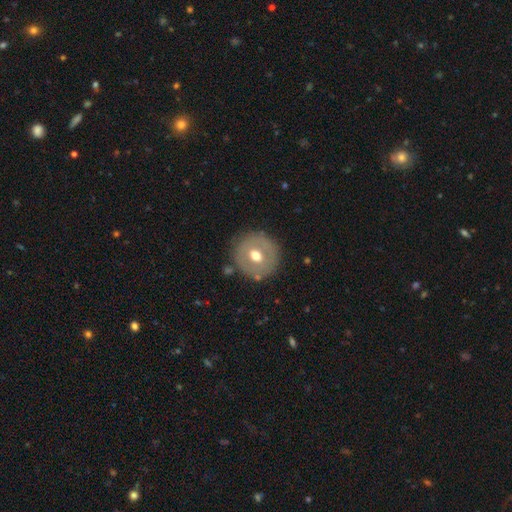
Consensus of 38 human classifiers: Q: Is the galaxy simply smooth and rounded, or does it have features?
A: featured or disk — 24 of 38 (63%).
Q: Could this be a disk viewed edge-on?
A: no — 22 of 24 (92%).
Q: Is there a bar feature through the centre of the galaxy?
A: weak — 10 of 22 (45%).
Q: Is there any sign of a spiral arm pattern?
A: no — 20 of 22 (91%).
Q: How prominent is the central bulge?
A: moderate — 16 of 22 (73%).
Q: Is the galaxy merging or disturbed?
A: none — 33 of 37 (89%).